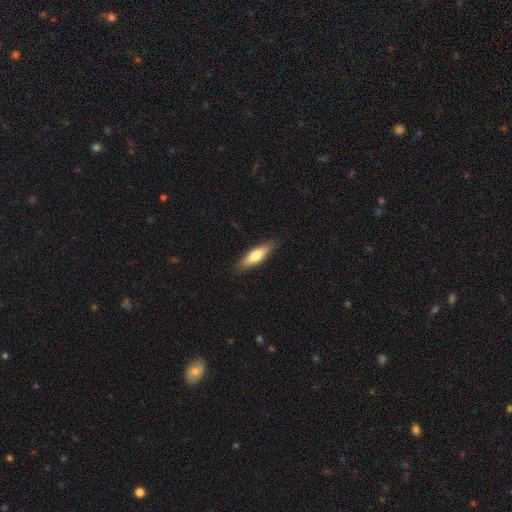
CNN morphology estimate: Smooth or featured?
  - smooth: 68% *
  - featured or disk: 26%
  - star or artifact: 5%
How rounded?
  - cigar-shaped: 56% *
  - in between: 42%
  - round: 2%
Merging?
  - none: 87% *
  - minor disturbance: 10%
  - major disturbance: 2%
  - merger: 1%